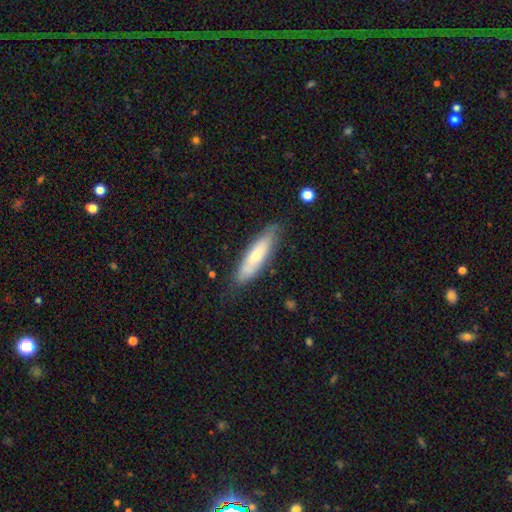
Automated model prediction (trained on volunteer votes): Smooth or featured? Predicted: smooth (p=0.60). How rounded? Predicted: cigar-shaped (p=0.68). Merging? Predicted: none (p=0.79).